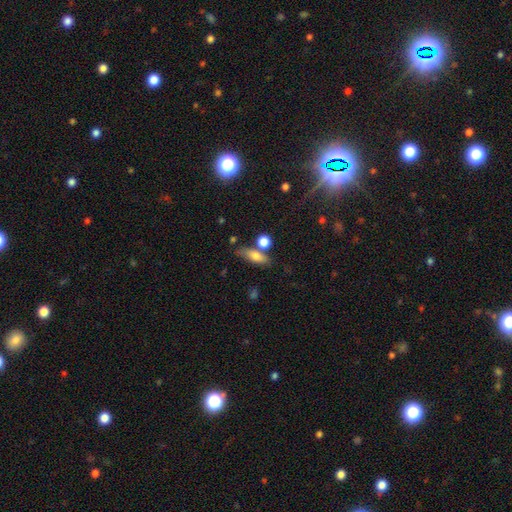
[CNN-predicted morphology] Smooth or featured?
  - smooth: 67% *
  - featured or disk: 24%
  - star or artifact: 9%
How rounded?
  - in between: 51% *
  - cigar-shaped: 42%
  - round: 7%
Merging?
  - none: 65% *
  - merger: 15%
  - minor disturbance: 14%
  - major disturbance: 5%